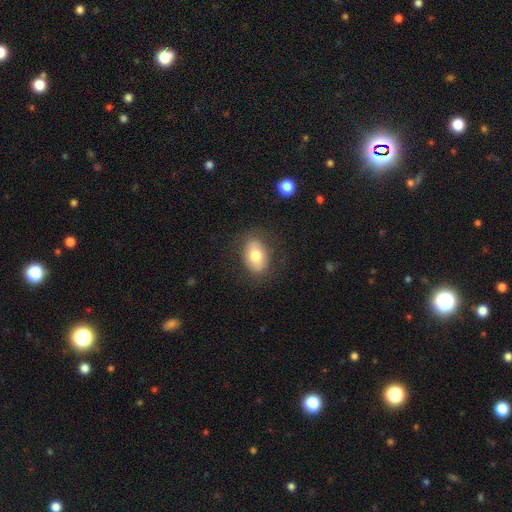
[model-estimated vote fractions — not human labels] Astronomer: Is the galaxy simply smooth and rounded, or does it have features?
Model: smooth — 72%.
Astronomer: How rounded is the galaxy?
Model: in between — 80%.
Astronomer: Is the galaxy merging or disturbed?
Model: none — 81%.